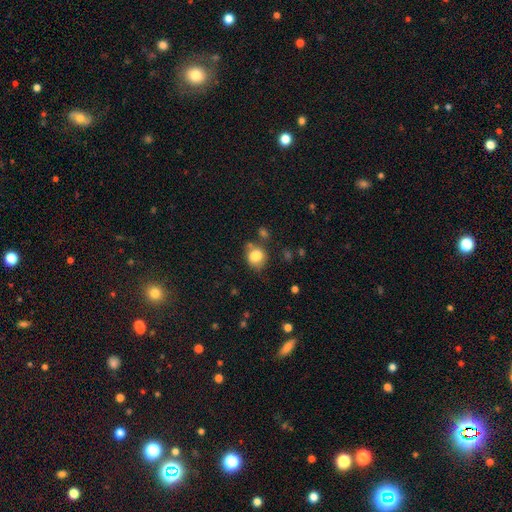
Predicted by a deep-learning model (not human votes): Smooth or featured?
  - smooth: 81% *
  - featured or disk: 10%
  - star or artifact: 10%
How rounded?
  - round: 60% *
  - in between: 39%
  - cigar-shaped: 1%
Merging?
  - none: 60% *
  - minor disturbance: 21%
  - merger: 11%
  - major disturbance: 7%